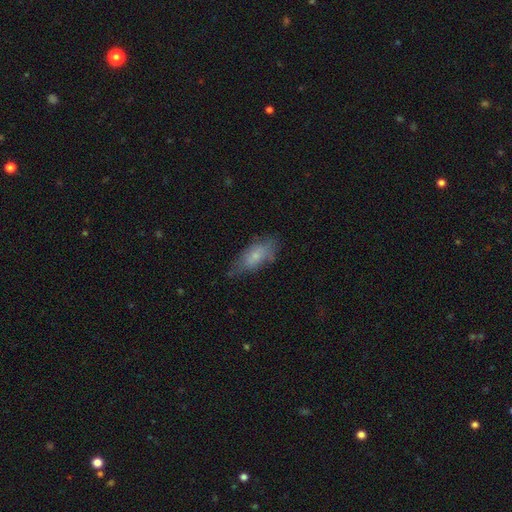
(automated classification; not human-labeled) This is likely a smooth galaxy (66%). How rounded: clearly in between (81%). Merging: possibly none (54%).